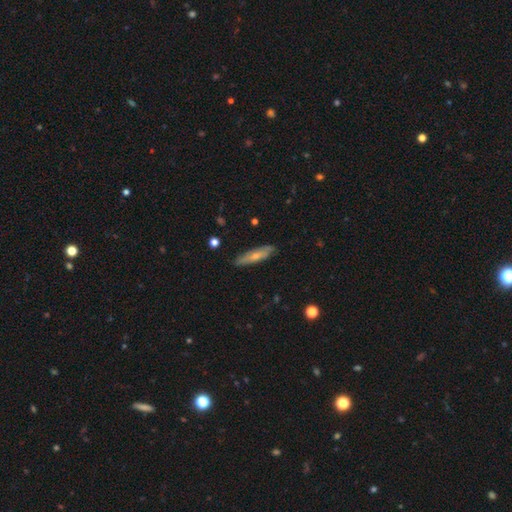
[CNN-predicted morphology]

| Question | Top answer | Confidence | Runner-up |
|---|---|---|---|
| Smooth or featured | smooth | 54% | featured or disk (40%) |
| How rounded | cigar-shaped | 75% | in between (23%) |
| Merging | none | 83% | minor disturbance (14%) |